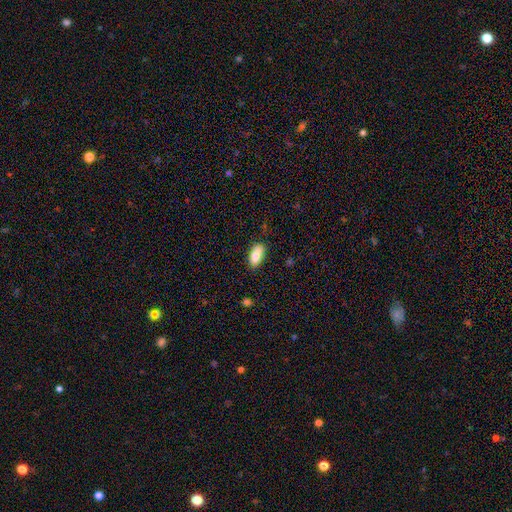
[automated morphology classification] Smooth or featured?
  - smooth: 81% *
  - featured or disk: 12%
  - star or artifact: 7%
How rounded?
  - in between: 87% *
  - cigar-shaped: 10%
  - round: 3%
Merging?
  - none: 72% *
  - minor disturbance: 19%
  - merger: 5%
  - major disturbance: 4%